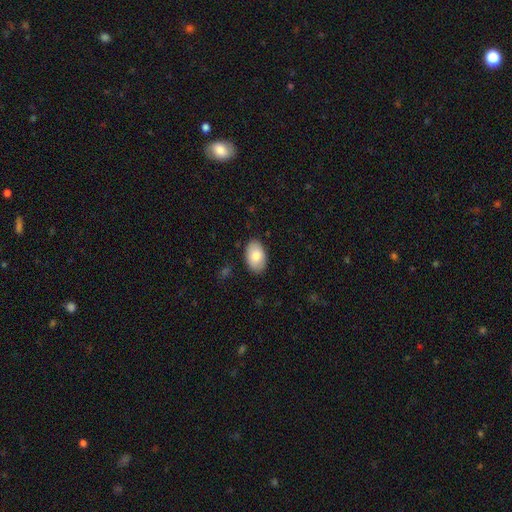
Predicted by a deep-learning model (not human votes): smooth 82%, featured or disk 12%, star or artifact 6%. Down the decision tree: how rounded — in between (92%); merging — none (87%).